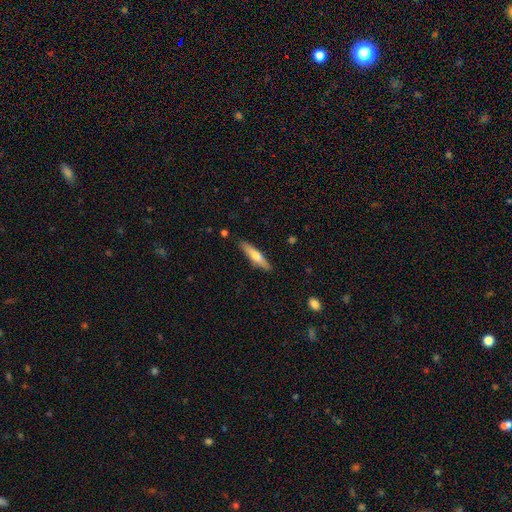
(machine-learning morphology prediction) smooth 56%, featured or disk 38%, star or artifact 6%. Down the decision tree: how rounded — cigar-shaped (83%); merging — none (88%).